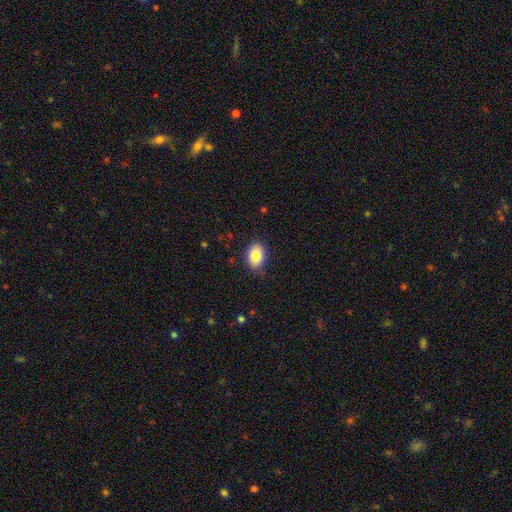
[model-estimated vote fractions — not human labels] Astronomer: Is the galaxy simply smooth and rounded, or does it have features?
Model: smooth — 84%.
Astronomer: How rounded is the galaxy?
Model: in between — 78%.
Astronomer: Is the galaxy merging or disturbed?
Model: none — 85%.